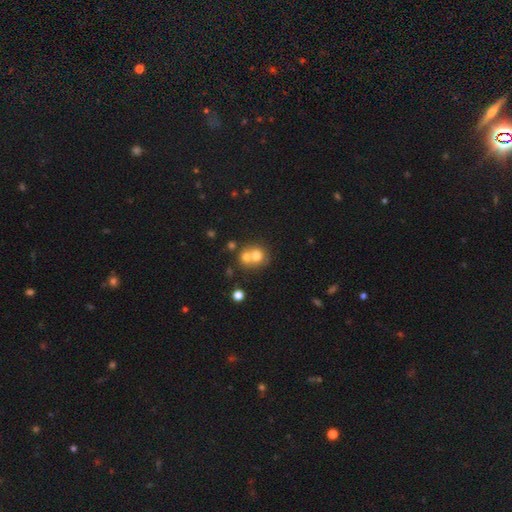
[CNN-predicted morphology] smooth-or-featured: smooth: 68% | featured or disk: 19% | star or artifact: 13%
  how-rounded: round: 82% | in between: 17% | cigar-shaped: 1%
  merging: merger: 56% | none: 35% | minor disturbance: 6% | major disturbance: 3%